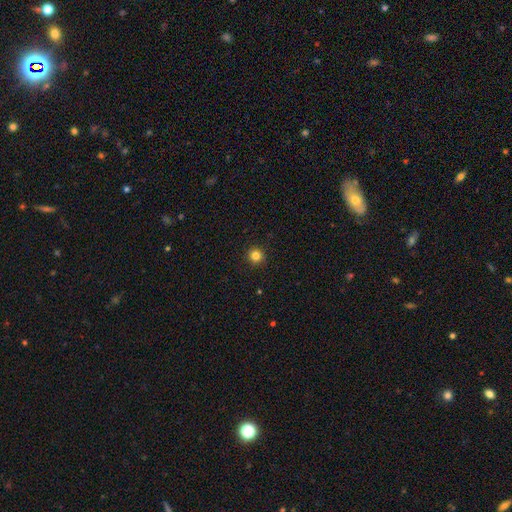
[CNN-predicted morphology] The model was most divided on "smooth or featured": smooth: 83%, star or artifact: 13%, featured or disk: 4%. More confident: how rounded — round (95%); merging — none (92%).